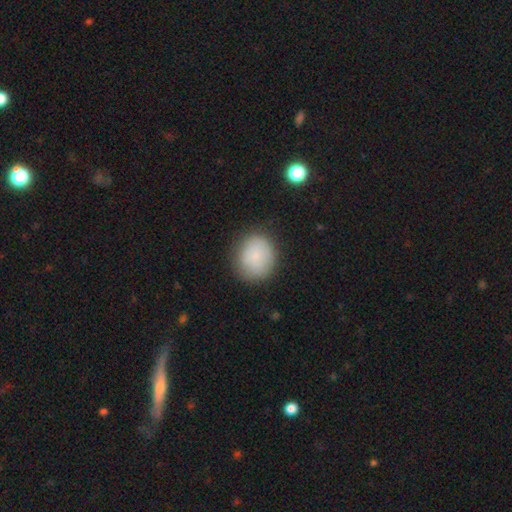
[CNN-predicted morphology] This appears to be a smooth galaxy with no disk features (80%) that is round (80%). Merging: none (82%).